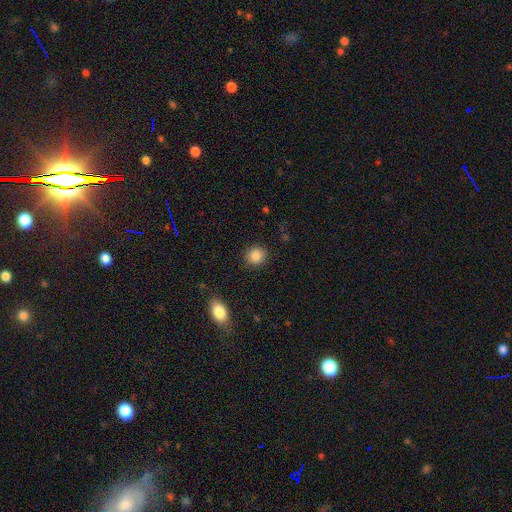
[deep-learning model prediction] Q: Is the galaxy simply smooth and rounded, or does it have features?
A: smooth — 87%.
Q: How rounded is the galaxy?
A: round — 86%.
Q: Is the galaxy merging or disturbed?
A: none — 90%.